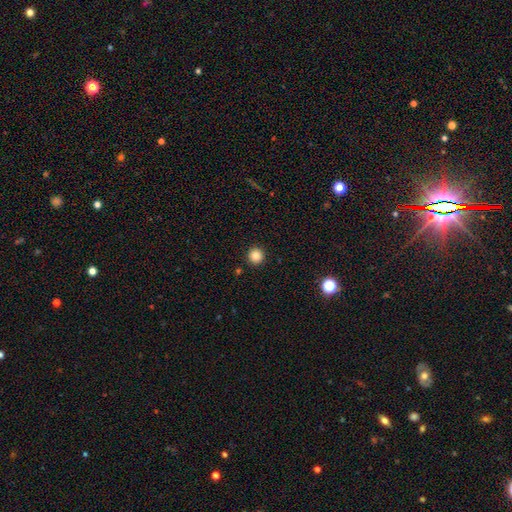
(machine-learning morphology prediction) smooth-or-featured: smooth: 85% | star or artifact: 11% | featured or disk: 4%
  how-rounded: round: 96% | in between: 3% | cigar-shaped: 1%
  merging: none: 93% | minor disturbance: 4% | major disturbance: 2% | merger: 1%